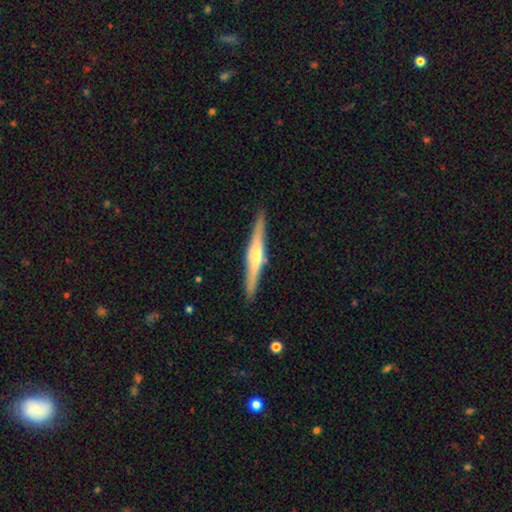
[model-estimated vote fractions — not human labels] This is likely a featured or disk galaxy (66%). It is clearly viewed edge-on (97%). Edge-on bulge: likely rounded (76%). Merging: clearly none (90%).